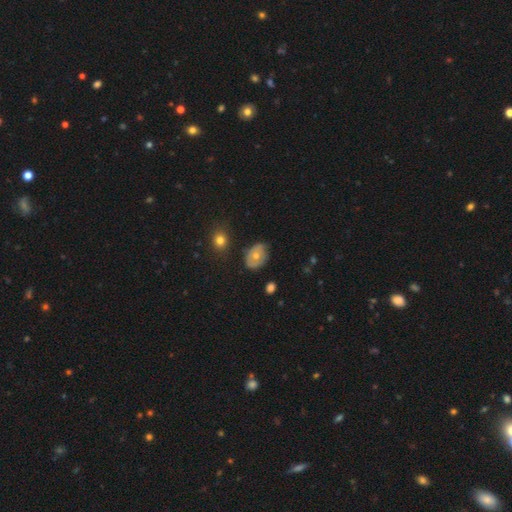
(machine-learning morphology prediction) Smooth or featured? Predicted: smooth (p=0.55). How rounded? Predicted: in between (p=0.66). Merging? Predicted: none (p=0.58).